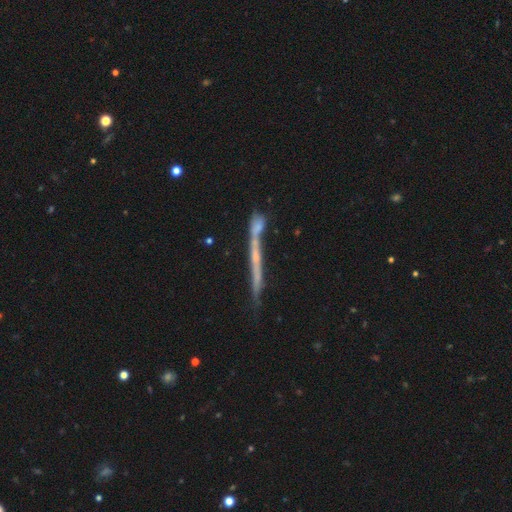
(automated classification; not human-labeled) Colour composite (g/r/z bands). It shows a featured or disk galaxy (65%) viewed edge-on (92%) with no central bulge (71%). Merging: none (59%).